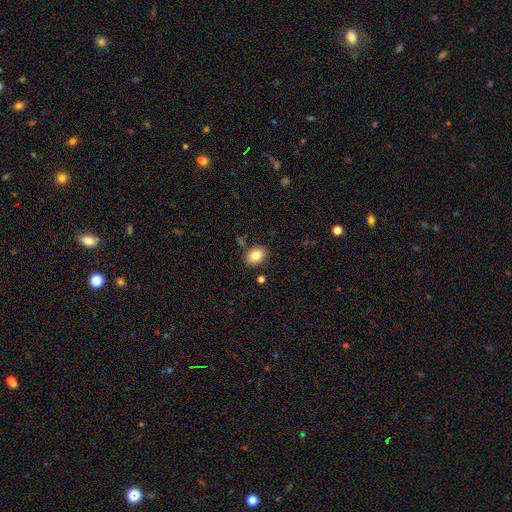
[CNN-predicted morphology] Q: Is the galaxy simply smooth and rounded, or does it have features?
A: smooth — 82%.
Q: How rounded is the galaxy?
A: in between — 61%.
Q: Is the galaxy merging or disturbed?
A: none — 83%.